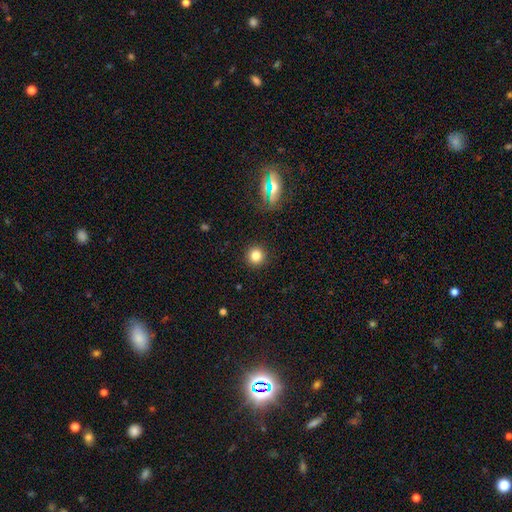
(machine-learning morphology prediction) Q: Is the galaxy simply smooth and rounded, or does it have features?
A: smooth — 81%.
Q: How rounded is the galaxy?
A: round — 94%.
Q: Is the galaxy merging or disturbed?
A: none — 92%.